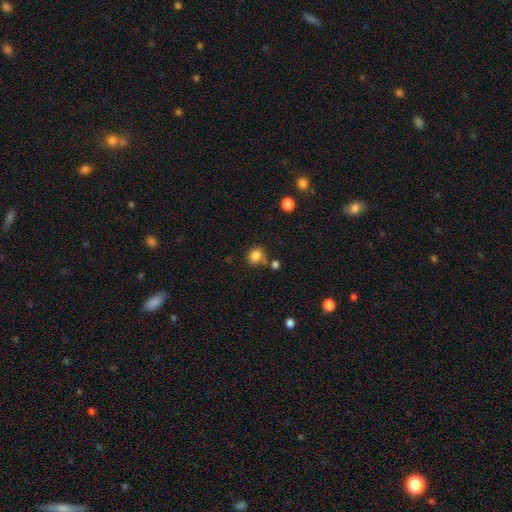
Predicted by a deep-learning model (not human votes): Overall: smooth (84%). How rounded: round (74%). Merging: none (66%).